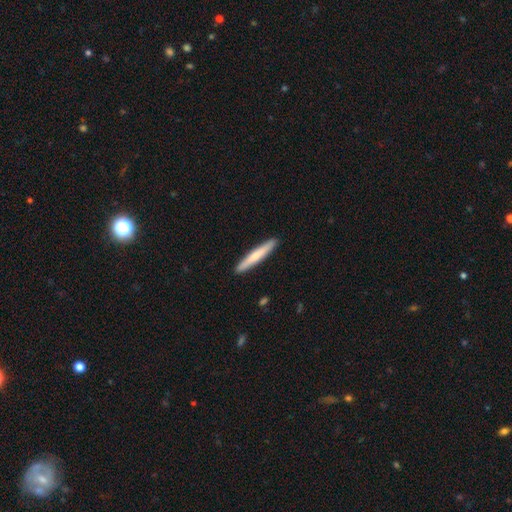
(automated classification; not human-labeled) smooth-or-featured: smooth: 65% | featured or disk: 30% | star or artifact: 5%
  how-rounded: cigar-shaped: 95% | in between: 4% | round: 1%
  merging: none: 92% | minor disturbance: 6% | major disturbance: 1% | merger: 1%